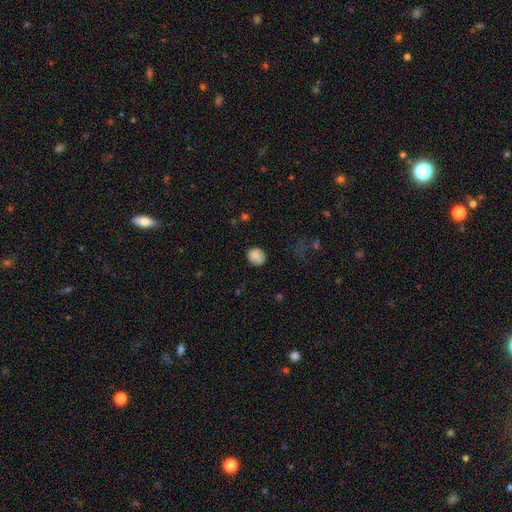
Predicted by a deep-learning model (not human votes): smooth-or-featured: smooth: 86% | star or artifact: 9% | featured or disk: 6%
  how-rounded: round: 75% | in between: 24% | cigar-shaped: 1%
  merging: none: 79% | minor disturbance: 16% | major disturbance: 4% | merger: 1%